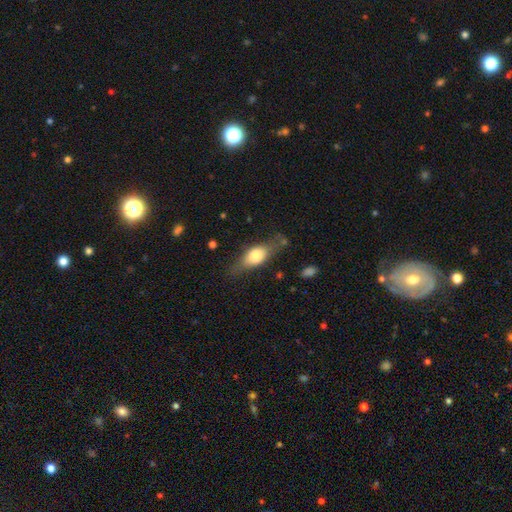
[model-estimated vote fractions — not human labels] This appears to be a smooth galaxy with no disk features (64%) that is in between round and cigar-shaped (75%). Merging: none (65%).